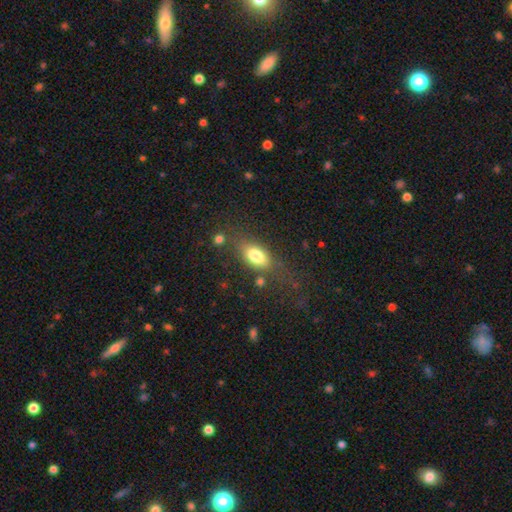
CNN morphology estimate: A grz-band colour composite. It shows a smooth galaxy with no disk features (79%) that is in between round and cigar-shaped (86%). Merging: none (65%).